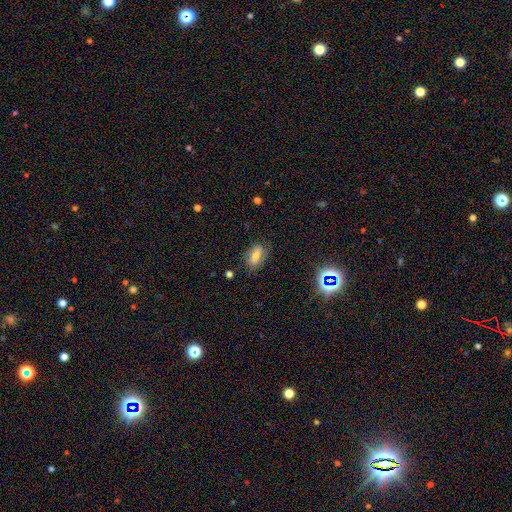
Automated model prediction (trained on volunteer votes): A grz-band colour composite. It shows a smooth galaxy with no disk features (56%) that is in between round and cigar-shaped (83%). Merging: none (76%).